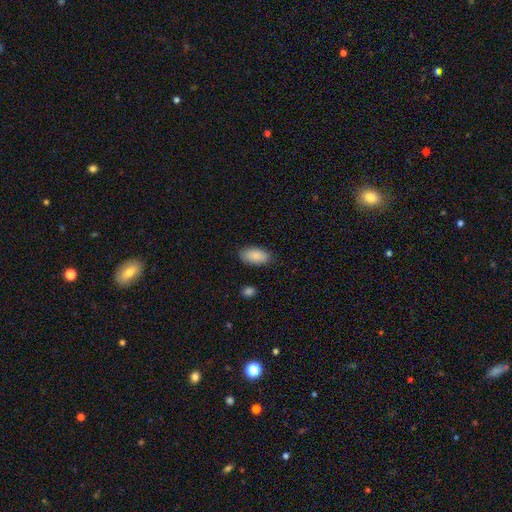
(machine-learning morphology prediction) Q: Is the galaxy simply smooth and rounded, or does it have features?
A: smooth — 88%.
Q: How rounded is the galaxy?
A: in between — 94%.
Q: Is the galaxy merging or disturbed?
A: none — 84%.